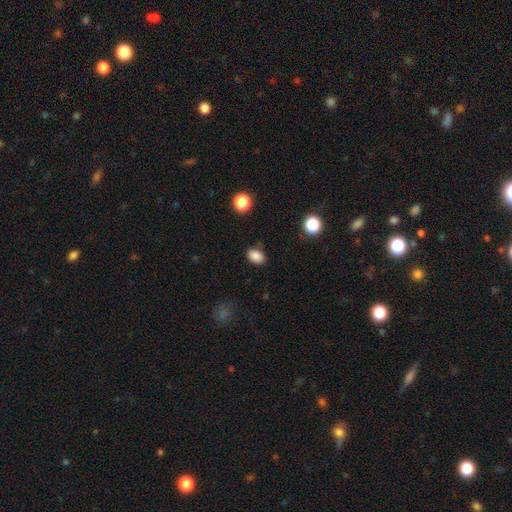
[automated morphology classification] This is clearly a smooth galaxy (86%). How rounded: likely in between (78%). Merging: clearly none (84%).